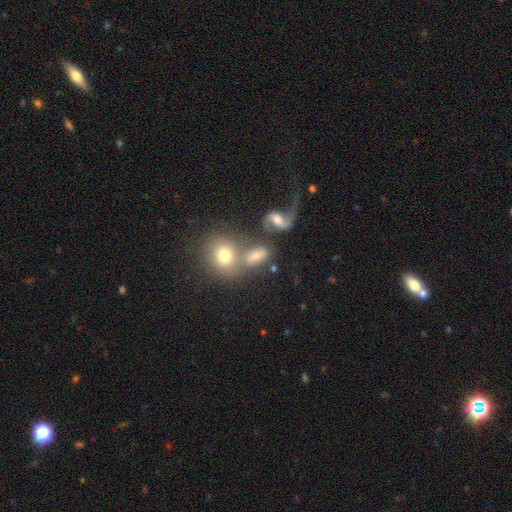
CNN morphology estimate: Smooth or featured: smooth — 62% (featured or disk — 25%)
How rounded: in between — 64% (round — 32%)
Merging: none — 45% (merger — 35%)